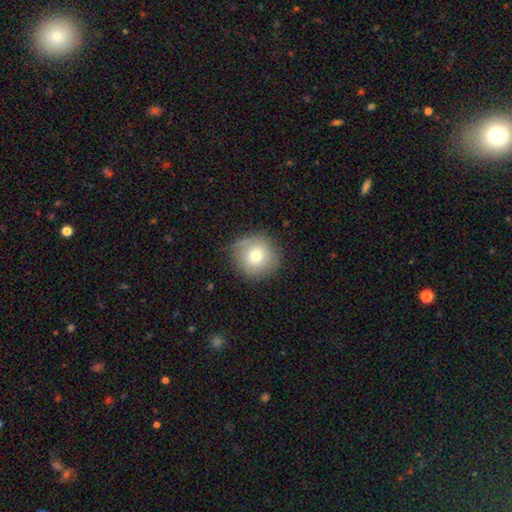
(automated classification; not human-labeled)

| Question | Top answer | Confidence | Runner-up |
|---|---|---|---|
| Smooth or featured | smooth | 75% | featured or disk (15%) |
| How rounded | round | 92% | in between (7%) |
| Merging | none | 81% | minor disturbance (13%) |